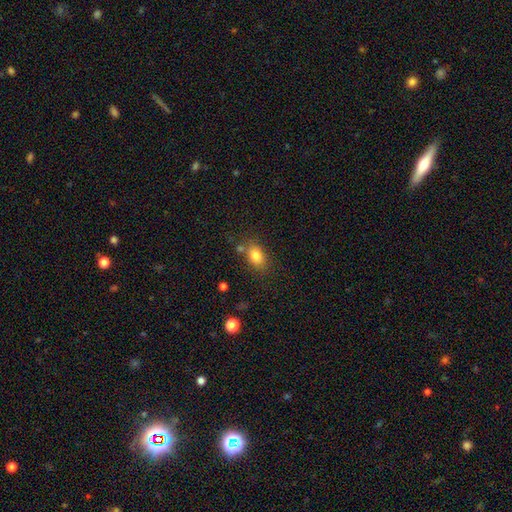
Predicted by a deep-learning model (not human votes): Overall: smooth (82%). How rounded: in between (78%). Merging: none (71%).